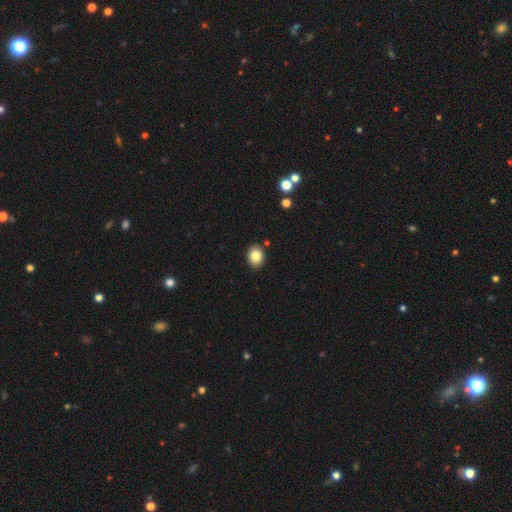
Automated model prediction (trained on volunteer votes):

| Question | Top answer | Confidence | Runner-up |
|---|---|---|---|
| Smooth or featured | smooth | 84% | star or artifact (9%) |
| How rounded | in between | 52% | round (47%) |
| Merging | none | 87% | minor disturbance (8%) |